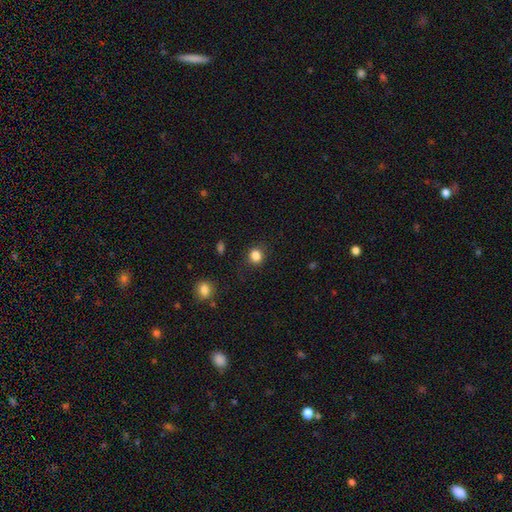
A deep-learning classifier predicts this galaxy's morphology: Smooth or featured? Predicted: smooth (p=0.84). How rounded? Predicted: round (p=0.81). Merging? Predicted: none (p=0.85).